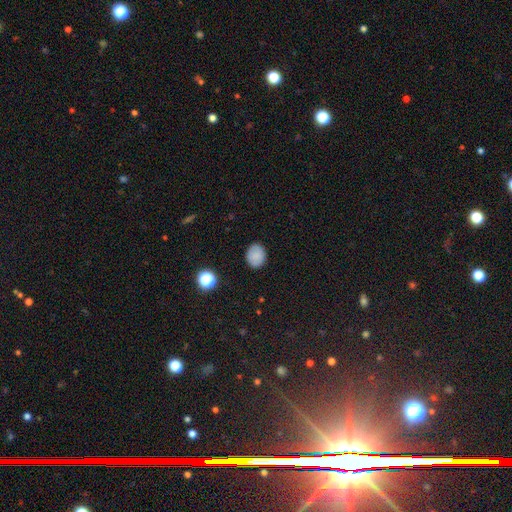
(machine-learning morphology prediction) type=smooth (83%); roundness=round (63%); merging=none (87%).